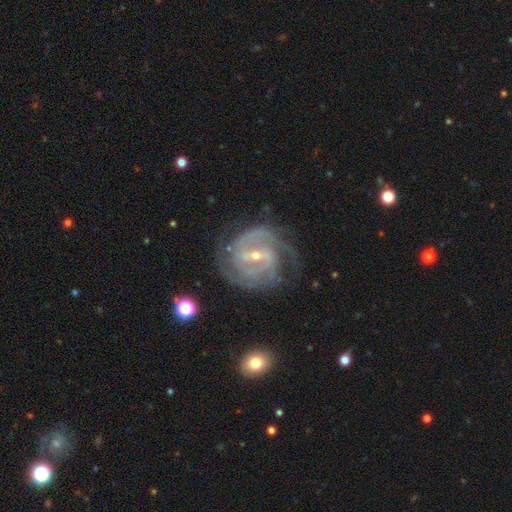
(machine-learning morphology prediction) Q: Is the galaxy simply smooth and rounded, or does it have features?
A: featured or disk — 90%.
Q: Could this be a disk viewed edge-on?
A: no — 97%.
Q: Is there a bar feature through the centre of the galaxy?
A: weak — 44%.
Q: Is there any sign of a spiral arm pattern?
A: yes — 97%.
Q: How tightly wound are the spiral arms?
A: tight — 53%.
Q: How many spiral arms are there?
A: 2 — 42%.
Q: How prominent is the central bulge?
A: small — 66%.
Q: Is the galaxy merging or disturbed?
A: none — 70%.